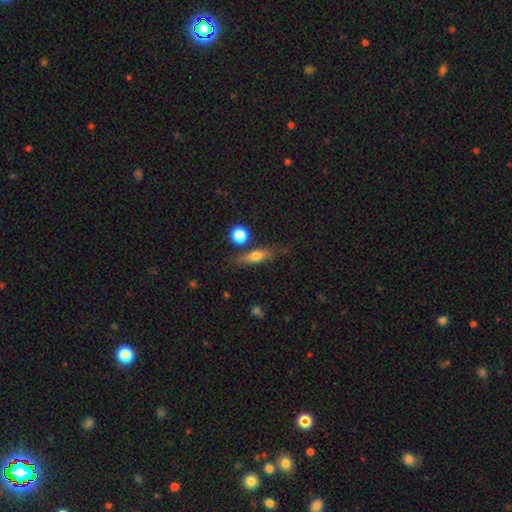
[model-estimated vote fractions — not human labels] Smooth or featured: smooth — 58% (featured or disk — 32%)
How rounded: cigar-shaped — 50% (in between — 41%)
Merging: none — 69% (minor disturbance — 17%)